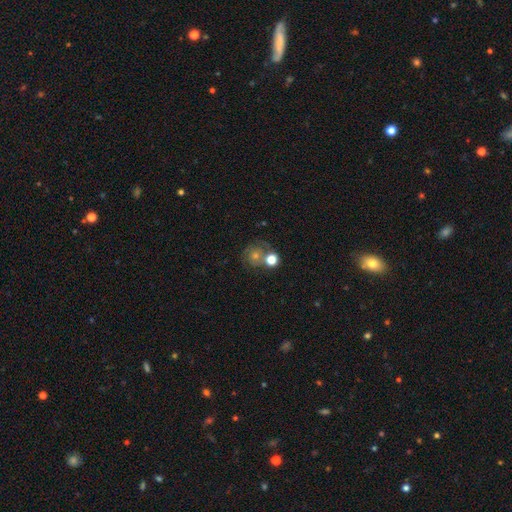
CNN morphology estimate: type=smooth (39%); merging=none (62%).